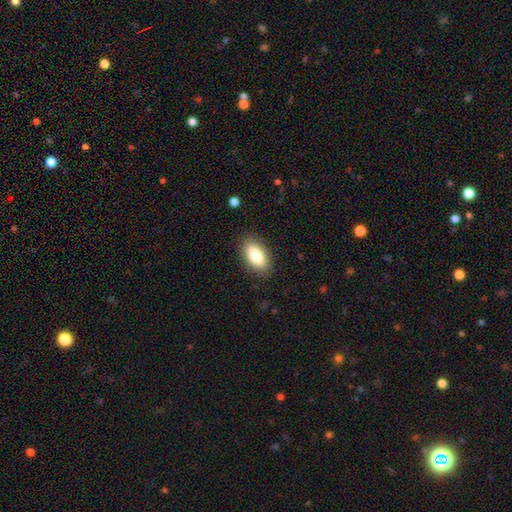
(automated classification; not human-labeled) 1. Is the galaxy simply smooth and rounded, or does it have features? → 81% smooth, 13% featured or disk, 7% star or artifact.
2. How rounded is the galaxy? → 93% in between, 4% round, 3% cigar-shaped.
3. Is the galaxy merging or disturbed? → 85% none, 11% minor disturbance, 3% major disturbance, 1% merger.